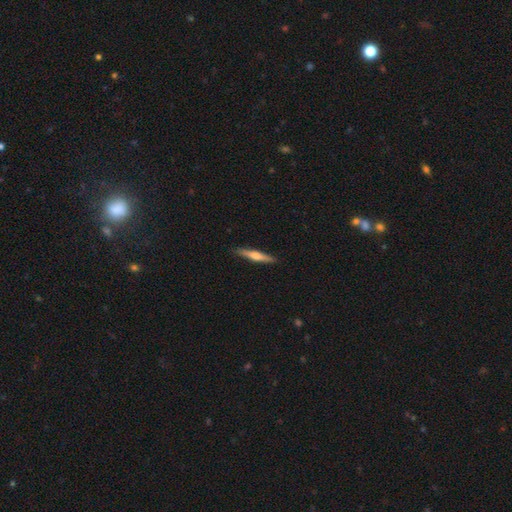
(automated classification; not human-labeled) Smooth or featured?
  - featured or disk: 54% *
  - smooth: 41%
  - star or artifact: 5%
Edge-on disk?
  - yes: 97% *
  - no: 3%
Edge-on bulge?
  - rounded: 85% *
  - none: 9%
  - boxy: 6%
Merging?
  - none: 91% *
  - minor disturbance: 7%
  - major disturbance: 1%
  - merger: 1%